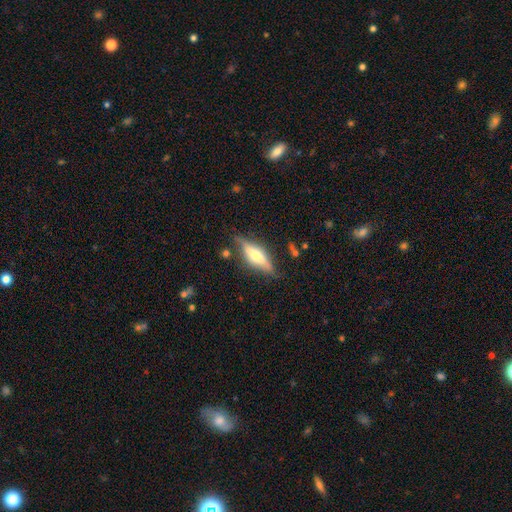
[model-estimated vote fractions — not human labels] Smooth or featured? Predicted: featured or disk (p=0.63). Edge-on disk? Predicted: yes (p=0.92). Edge-on bulge? Predicted: rounded (p=0.79). Merging? Predicted: none (p=0.76).